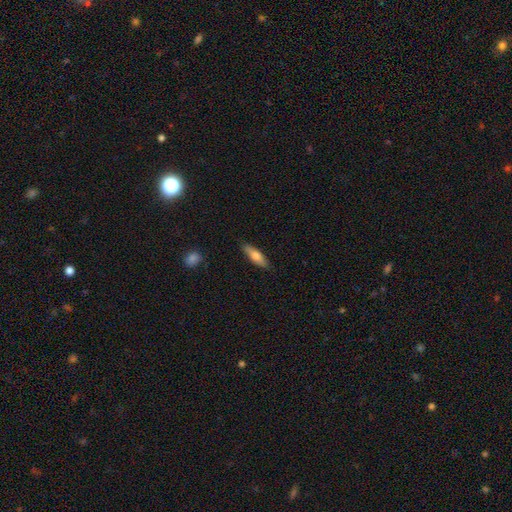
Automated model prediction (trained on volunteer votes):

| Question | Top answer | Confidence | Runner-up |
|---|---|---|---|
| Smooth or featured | smooth | 68% | featured or disk (26%) |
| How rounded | cigar-shaped | 57% | in between (40%) |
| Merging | none | 86% | minor disturbance (11%) |